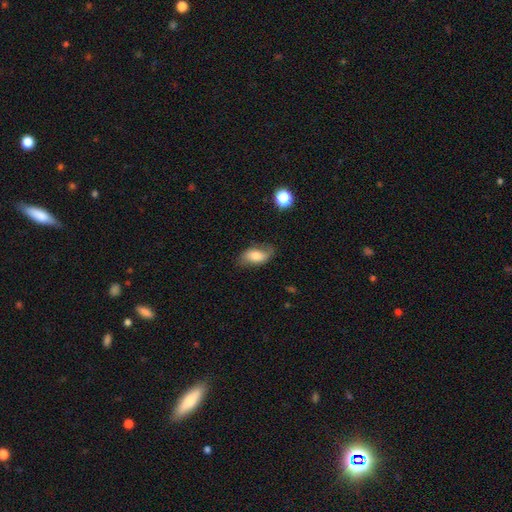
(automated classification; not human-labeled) Smooth or featured? smooth (62%)
How rounded? in between (90%)
Merging? none (62%)